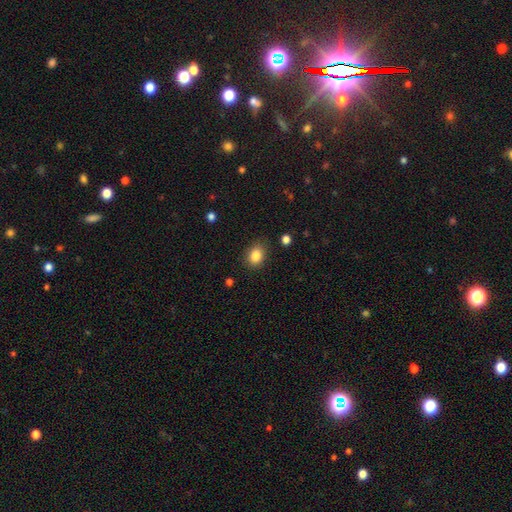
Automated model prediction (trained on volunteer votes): A smooth galaxy with no disk features (85%) that is in between round and cigar-shaped (62%). Merging: none (84%).